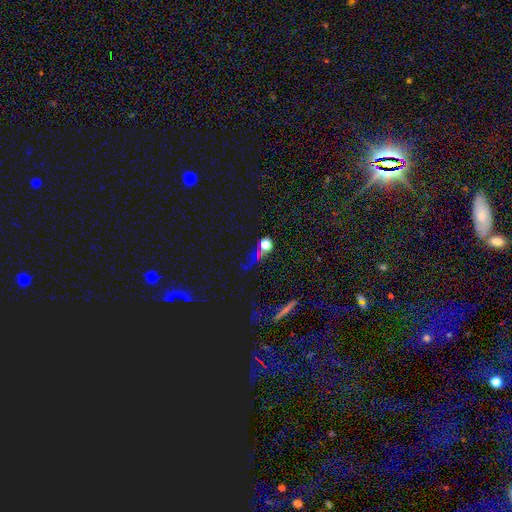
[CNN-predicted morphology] Smooth or featured: star or artifact — 46% (smooth — 42%)